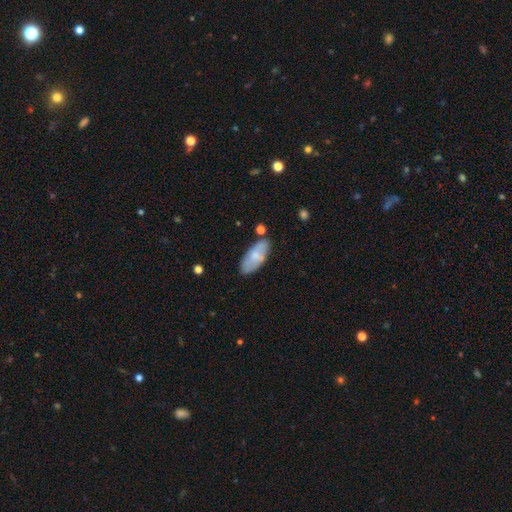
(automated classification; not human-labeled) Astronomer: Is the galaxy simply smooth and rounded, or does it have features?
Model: smooth — 68%.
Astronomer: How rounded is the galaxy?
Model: in between — 87%.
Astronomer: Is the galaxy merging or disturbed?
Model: none — 74%.